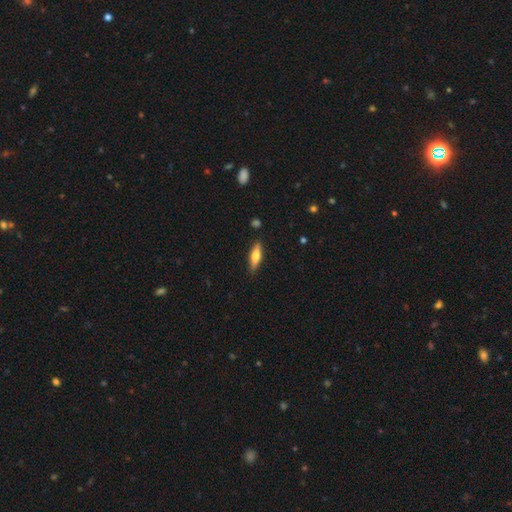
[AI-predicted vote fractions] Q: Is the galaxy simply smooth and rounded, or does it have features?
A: smooth — 61%.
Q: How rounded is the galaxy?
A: cigar-shaped — 59%.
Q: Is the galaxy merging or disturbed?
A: none — 87%.